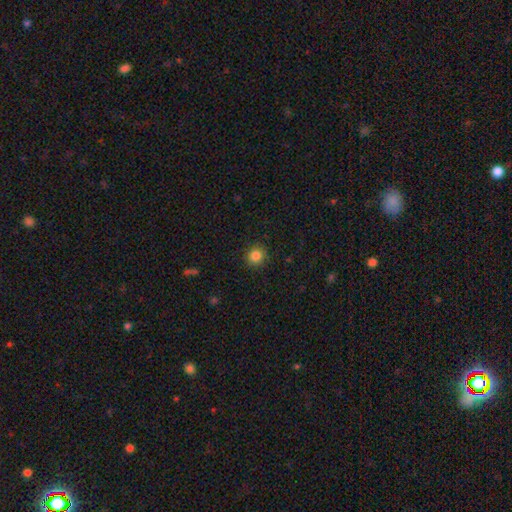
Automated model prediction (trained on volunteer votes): smooth-or-featured: smooth: 84% | star or artifact: 11% | featured or disk: 5%
  how-rounded: round: 91% | in between: 8% | cigar-shaped: 1%
  merging: none: 91% | minor disturbance: 6% | major disturbance: 2% | merger: 1%